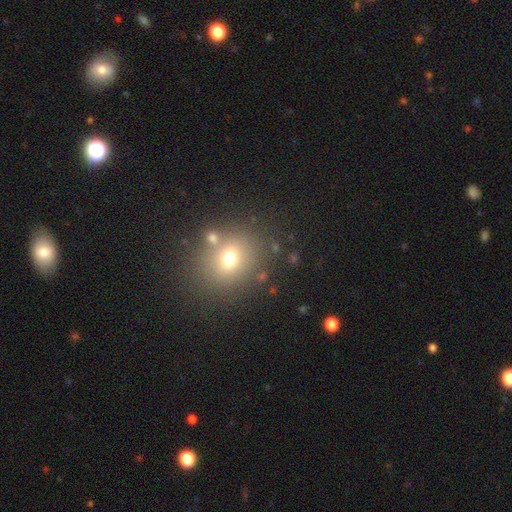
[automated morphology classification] This is possibly a smooth galaxy (56%). How rounded: likely round (70%). Merging: likely none (76%).